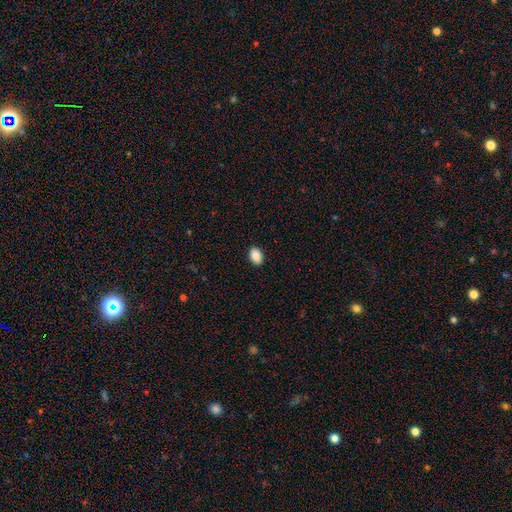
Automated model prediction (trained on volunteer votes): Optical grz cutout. It shows a smooth galaxy with no disk features (89%) that is in between round and cigar-shaped (83%). Merging: none (90%).